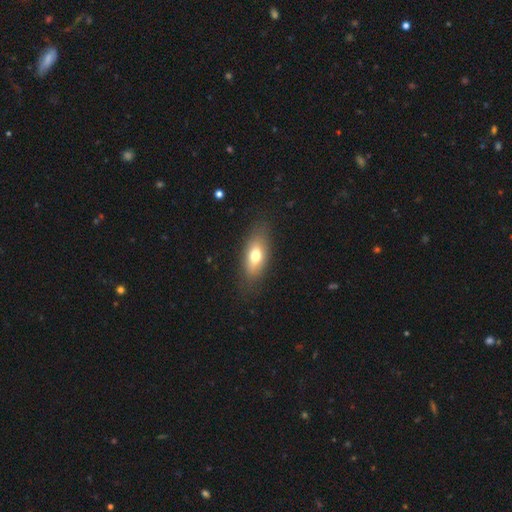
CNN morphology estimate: type=smooth (69%); roundness=in between (81%); merging=none (81%).